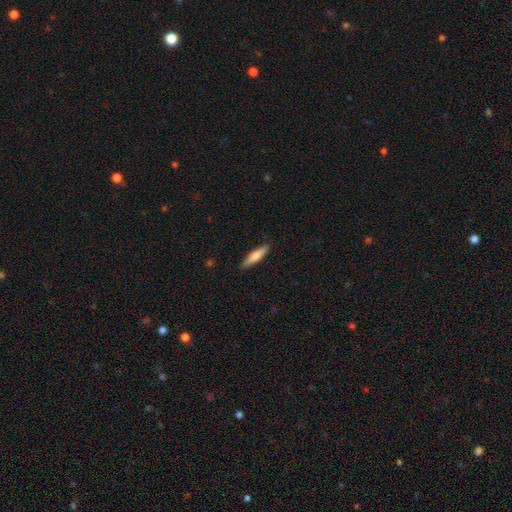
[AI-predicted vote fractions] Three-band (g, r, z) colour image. It shows a smooth galaxy with no disk features (71%) that is cigar-shaped (78%). Merging: none (88%).